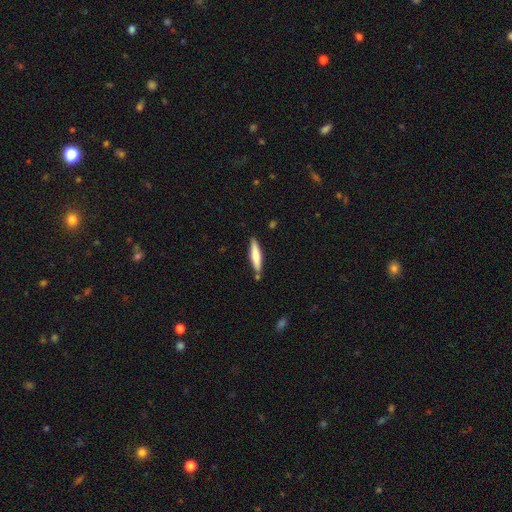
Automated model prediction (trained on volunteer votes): Smooth or featured? Predicted: smooth (p=0.68). How rounded? Predicted: cigar-shaped (p=0.86). Merging? Predicted: none (p=0.82).